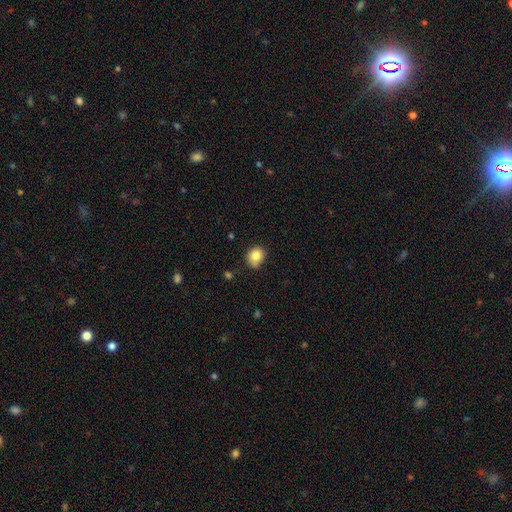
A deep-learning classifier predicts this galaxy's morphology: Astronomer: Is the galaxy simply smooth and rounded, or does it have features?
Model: smooth — 83%.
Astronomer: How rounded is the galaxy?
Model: round — 70%.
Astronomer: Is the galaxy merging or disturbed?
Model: none — 74%.